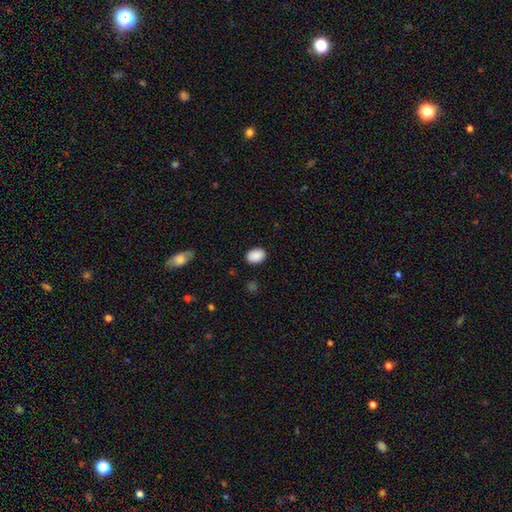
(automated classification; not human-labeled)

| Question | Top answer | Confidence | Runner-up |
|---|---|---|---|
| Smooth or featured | smooth | 89% | star or artifact (7%) |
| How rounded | in between | 78% | round (21%) |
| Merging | none | 86% | minor disturbance (10%) |